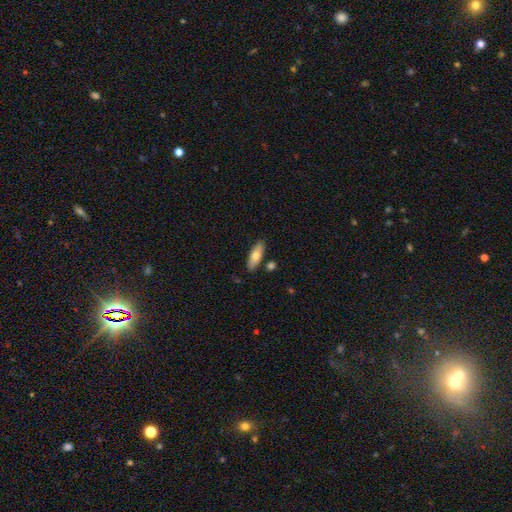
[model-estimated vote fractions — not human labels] A smooth galaxy with no disk features (72%) that is in between round and cigar-shaped (66%).

Vote fractions:
- Smooth or featured? smooth: 72% / featured or disk: 21% / star or artifact: 6%
- How rounded? in between: 66% / cigar-shaped: 32% / round: 3%
- Merging? none: 84% / minor disturbance: 10% / merger: 4% / major disturbance: 2%